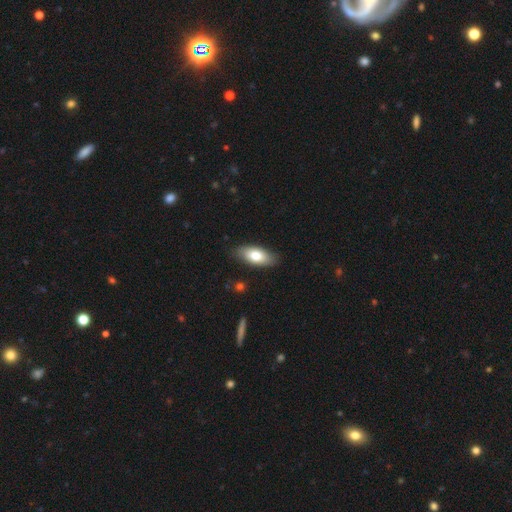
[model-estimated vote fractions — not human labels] Smooth or featured?
  - smooth: 76% *
  - featured or disk: 18%
  - star or artifact: 6%
How rounded?
  - in between: 87% *
  - cigar-shaped: 11%
  - round: 3%
Merging?
  - none: 85% *
  - minor disturbance: 11%
  - major disturbance: 2%
  - merger: 1%